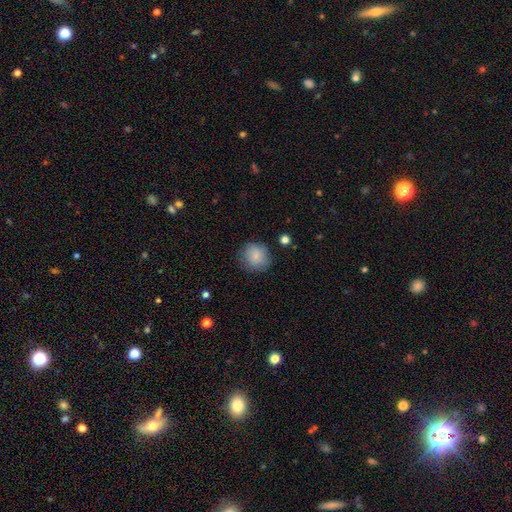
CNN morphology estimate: A smooth galaxy with no disk features (83%) that is round (84%). Merging: none (77%).